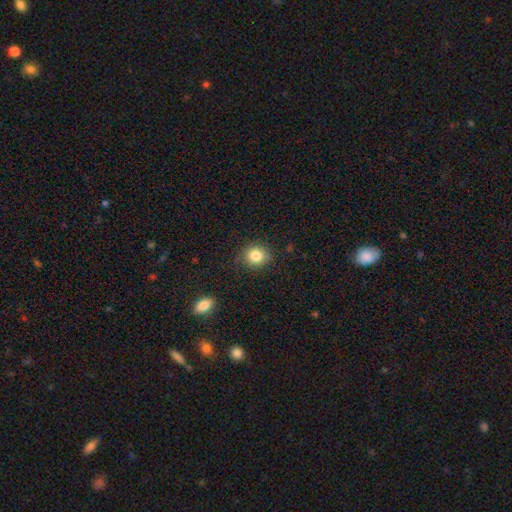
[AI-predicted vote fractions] Smooth or featured? Predicted: smooth (p=0.83). How rounded? Predicted: round (p=0.84). Merging? Predicted: none (p=0.85).